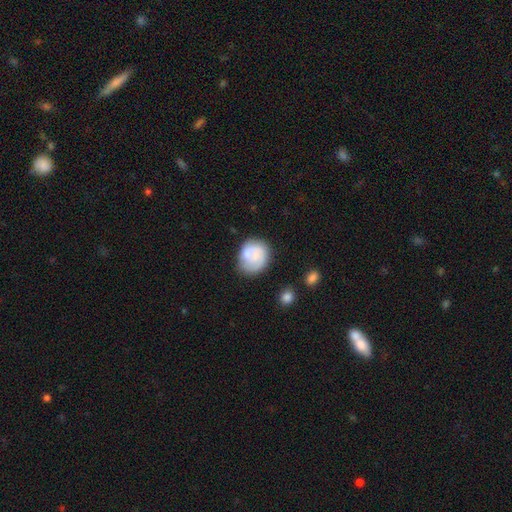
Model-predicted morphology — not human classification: Smooth or featured? Predicted: smooth (p=0.62). How rounded? Predicted: round (p=0.72). Merging? Predicted: none (p=0.58).